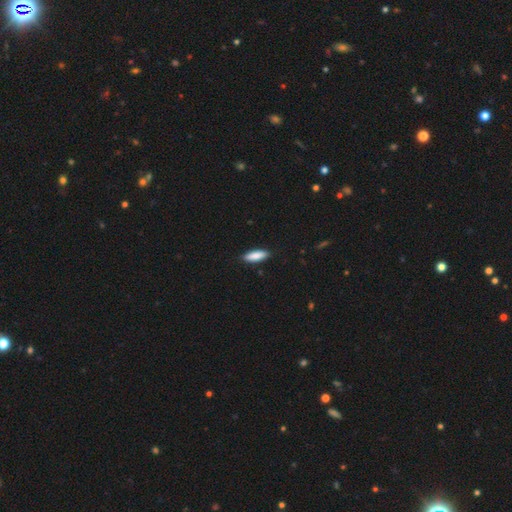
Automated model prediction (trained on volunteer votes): smooth 87%, featured or disk 7%, star or artifact 5%. Down the decision tree: how rounded — in between (58%); merging — none (88%).